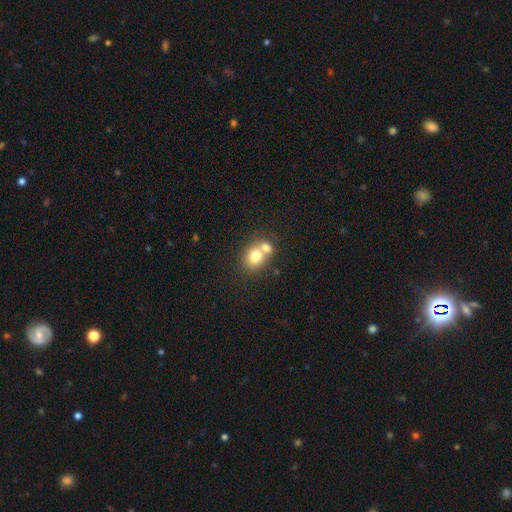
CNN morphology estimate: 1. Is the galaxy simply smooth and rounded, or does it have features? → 74% smooth, 16% featured or disk, 10% star or artifact.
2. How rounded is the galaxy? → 64% round, 35% in between, 1% cigar-shaped.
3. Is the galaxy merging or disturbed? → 55% merger, 35% none, 7% minor disturbance, 3% major disturbance.